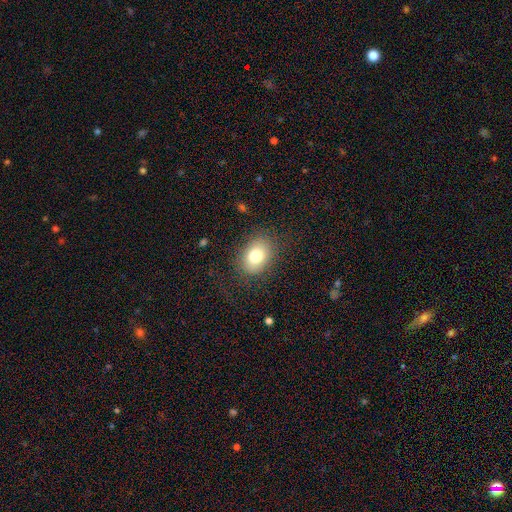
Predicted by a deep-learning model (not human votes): Smooth or featured: smooth — 78% (featured or disk — 12%)
How rounded: in between — 71% (round — 28%)
Merging: none — 81% (minor disturbance — 12%)